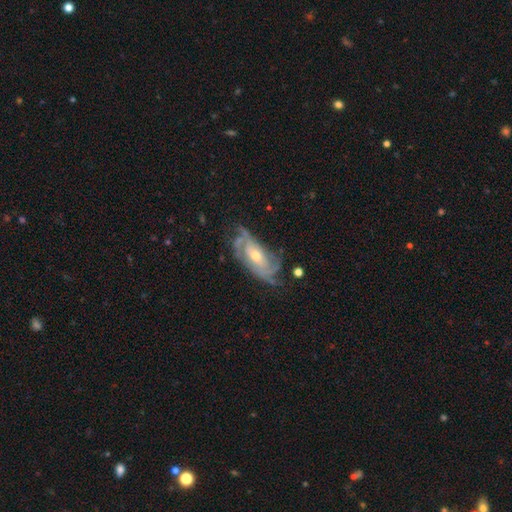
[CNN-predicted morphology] type=featured or disk (86%); edge-on=no (94%); bar=no (60%); spiral arms=yes (95%); winding=tight (53%); arm count=can't tell (27%); bulge=moderate (64%); merging=none (62%).